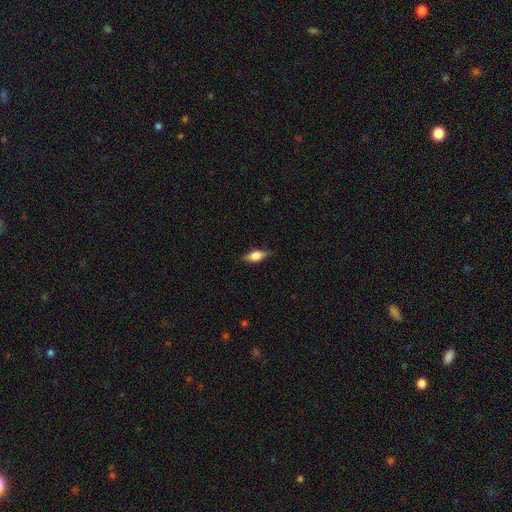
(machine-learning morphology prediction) Overall: smooth (51%; featured or disk 40%). How rounded: in between (76%). Merging: none (80%).